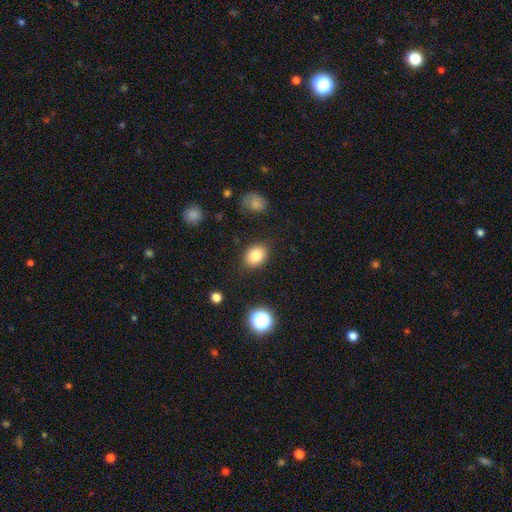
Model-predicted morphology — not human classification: The model was most divided on "how rounded": in between: 66%, round: 33%, cigar-shaped: 1%. More confident: merging — none (84%); smooth or featured — smooth (83%).